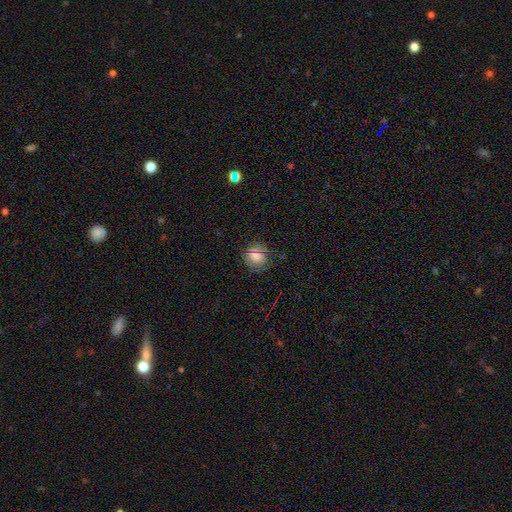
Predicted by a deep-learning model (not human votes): Overall: smooth (77%). How rounded: round (82%). Merging: none (80%).